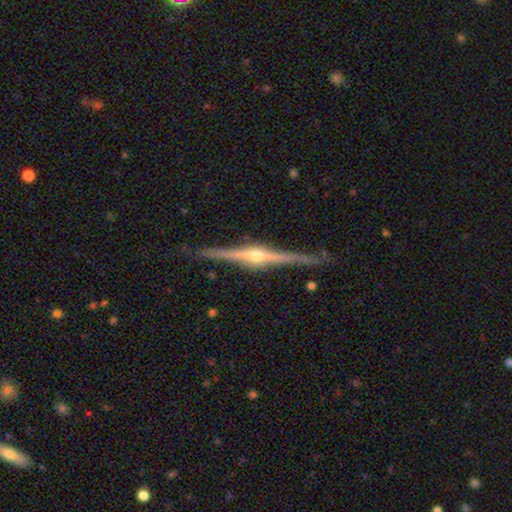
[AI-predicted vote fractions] Smooth or featured: featured or disk — 90% (smooth — 5%)
Edge-on disk: yes — 99% (no — 1%)
Edge-on bulge: rounded — 92% (boxy — 5%)
Merging: none — 90% (minor disturbance — 7%)